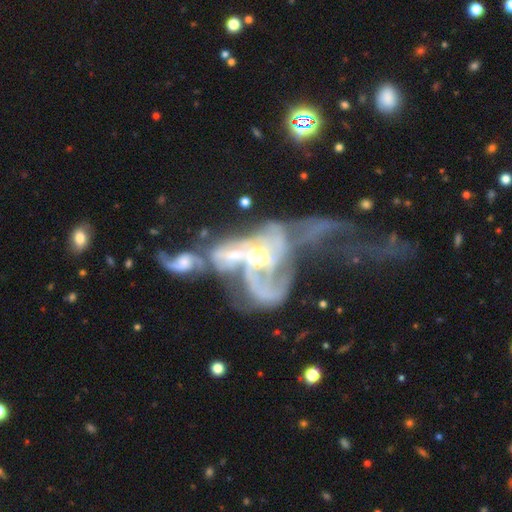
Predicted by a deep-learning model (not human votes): Overall: featured or disk (78%). Edge-on disk: no (96%). Bar: no (59%; weak 29%). Spiral arms: yes (65%; no 35%). Bulge size: moderate (61%). Merging: merger (64%; major disturbance 25%).